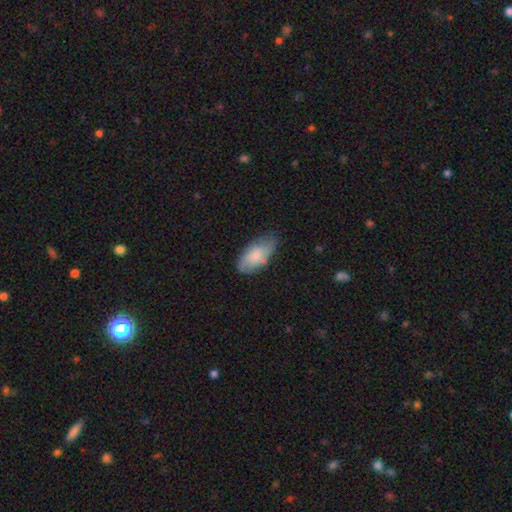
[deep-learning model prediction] Smooth or featured: smooth — 65% (featured or disk — 29%)
How rounded: in between — 93% (cigar-shaped — 4%)
Merging: none — 62% (minor disturbance — 30%)